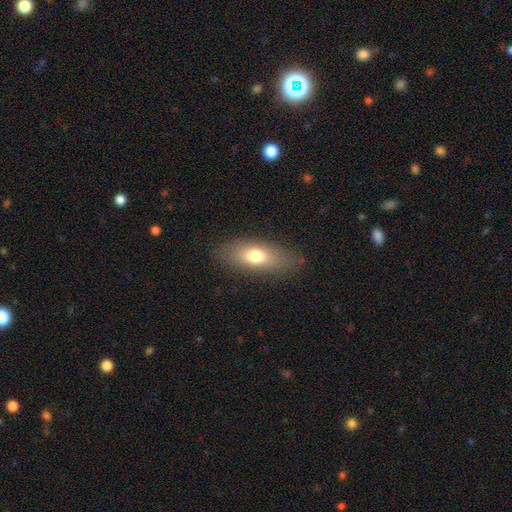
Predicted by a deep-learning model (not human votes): Q: Smooth or featured?
A: smooth (72%); runner-up: featured or disk (20%)
Q: How rounded?
A: in between (76%); runner-up: cigar-shaped (20%)
Q: Merging?
A: none (82%); runner-up: minor disturbance (12%)